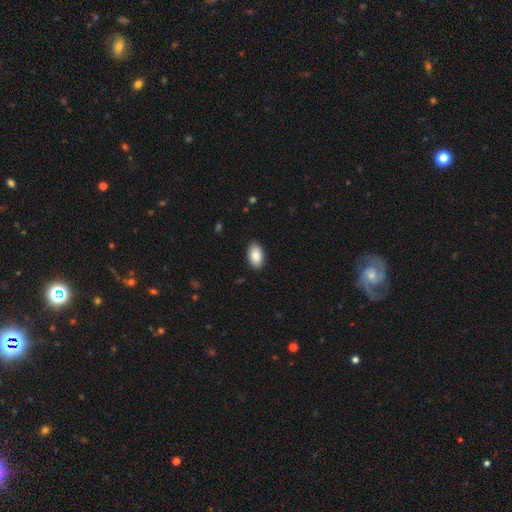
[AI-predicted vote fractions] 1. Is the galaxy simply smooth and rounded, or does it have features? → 88% smooth, 6% star or artifact, 6% featured or disk.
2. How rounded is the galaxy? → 94% in between, 5% round, 1% cigar-shaped.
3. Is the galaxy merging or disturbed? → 89% none, 8% minor disturbance, 2% major disturbance, 1% merger.